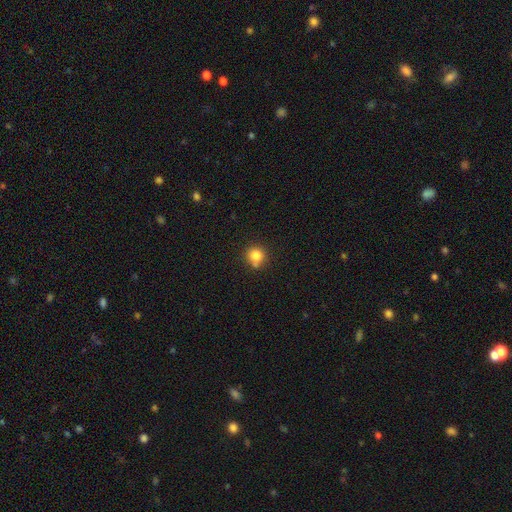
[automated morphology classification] This appears to be a smooth galaxy with no disk features (81%) that is round (89%). Merging: none (69%).